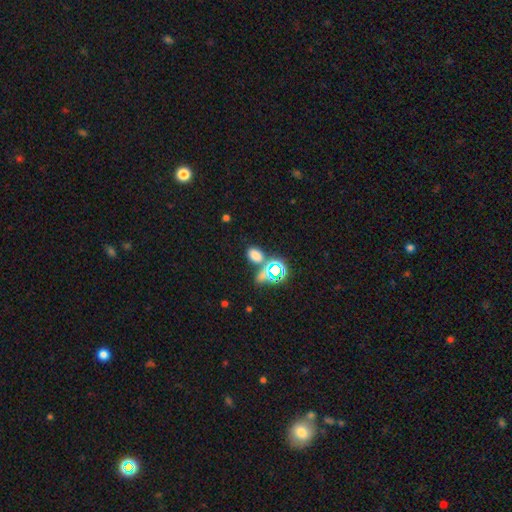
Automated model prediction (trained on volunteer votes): A smooth galaxy with no disk features (65%) that is in between round and cigar-shaped (75%).

Vote fractions:
- Smooth or featured? smooth: 65% / star or artifact: 28% / featured or disk: 7%
- How rounded? in between: 75% / round: 23% / cigar-shaped: 2%
- Merging? none: 66% / merger: 17% / minor disturbance: 12% / major disturbance: 5%